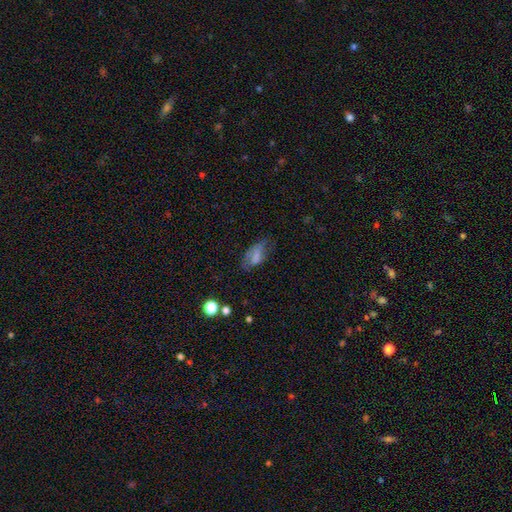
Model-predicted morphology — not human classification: smooth-or-featured: smooth: 64% | featured or disk: 25% | star or artifact: 11%
  how-rounded: in between: 89% | cigar-shaped: 6% | round: 5%
  merging: none: 44% | minor disturbance: 32% | major disturbance: 22% | merger: 3%